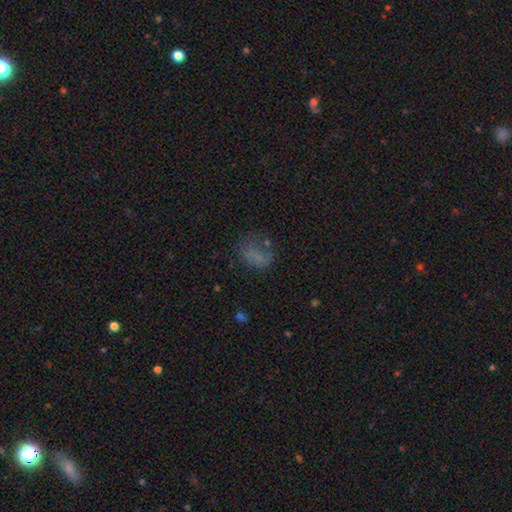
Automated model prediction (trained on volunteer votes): Morphology: type=smooth (59%); roundness=in between (72%); merging=none (44%).